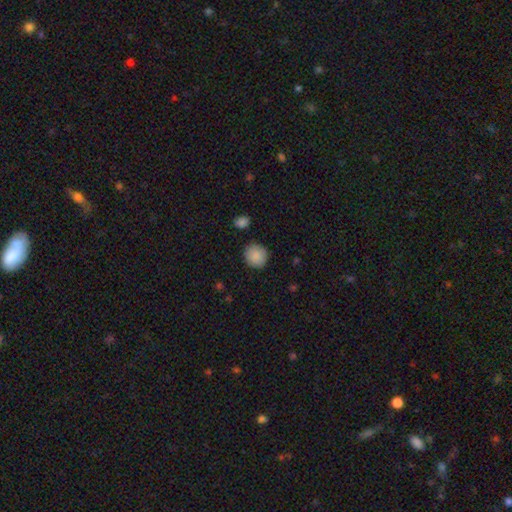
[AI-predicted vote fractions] Morphology: type=smooth (89%); roundness=round (90%); merging=none (88%).